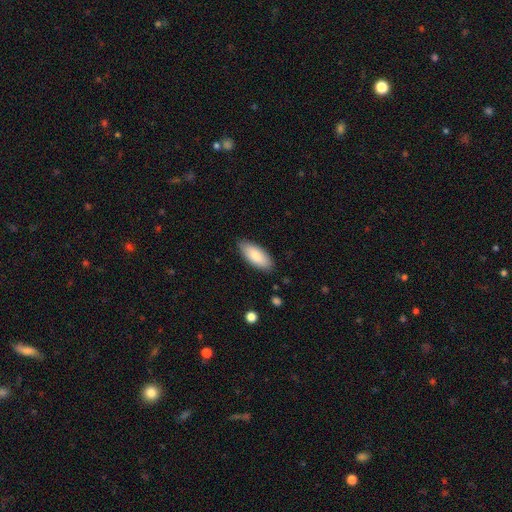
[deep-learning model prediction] smooth_or_featured: smooth (p=0.82) [alt: featured or disk p=0.13]
how_rounded: in between (p=0.84) [alt: cigar-shaped p=0.14]
merging: none (p=0.85) [alt: minor disturbance p=0.11]